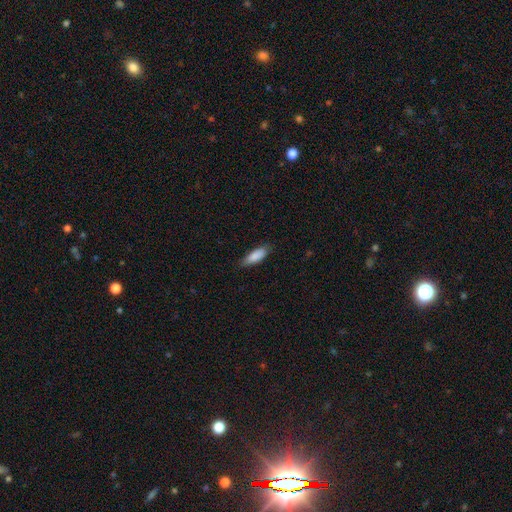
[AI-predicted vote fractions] smooth-or-featured: smooth: 87% | featured or disk: 7% | star or artifact: 6%
  how-rounded: in between: 59% | cigar-shaped: 40% | round: 2%
  merging: none: 81% | minor disturbance: 16% | major disturbance: 3% | merger: 1%